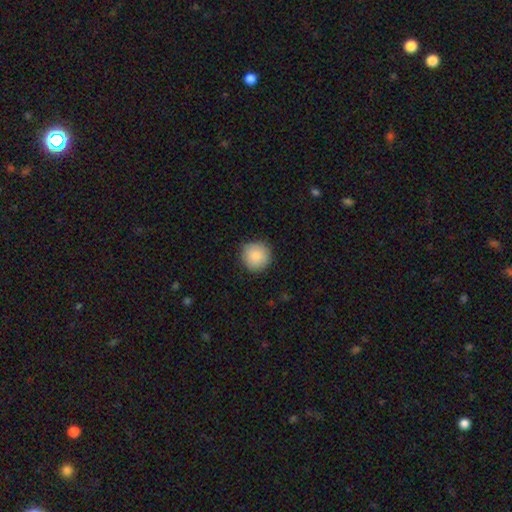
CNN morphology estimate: Overall: smooth (87%). How rounded: round (95%). Merging: none (87%).